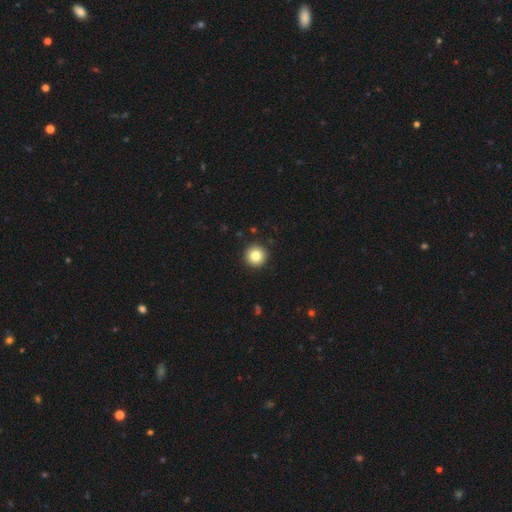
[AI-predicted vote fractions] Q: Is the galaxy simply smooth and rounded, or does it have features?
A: smooth — 83%.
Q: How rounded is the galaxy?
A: round — 96%.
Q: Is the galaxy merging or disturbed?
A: none — 92%.